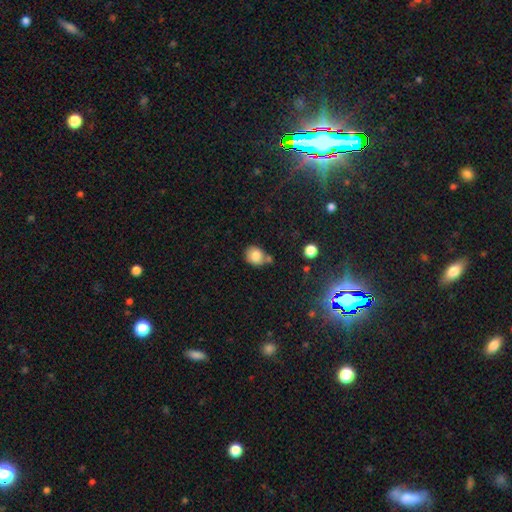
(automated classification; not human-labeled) smooth 82%, star or artifact 10%, featured or disk 9%. Down the decision tree: how rounded — round (64%); merging — none (51%).